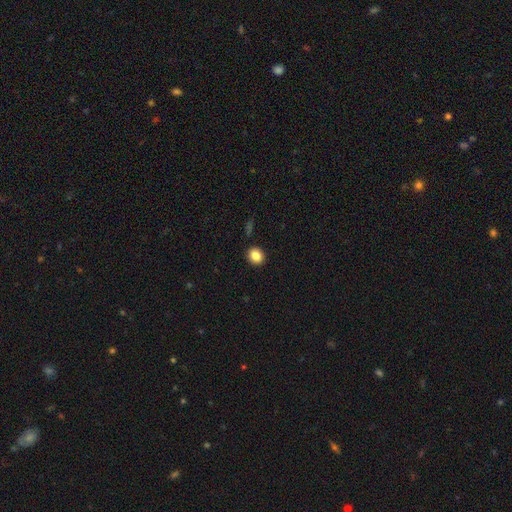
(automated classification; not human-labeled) This appears to be a smooth galaxy with no disk features (86%) that is round (69%). Merging: none (91%).